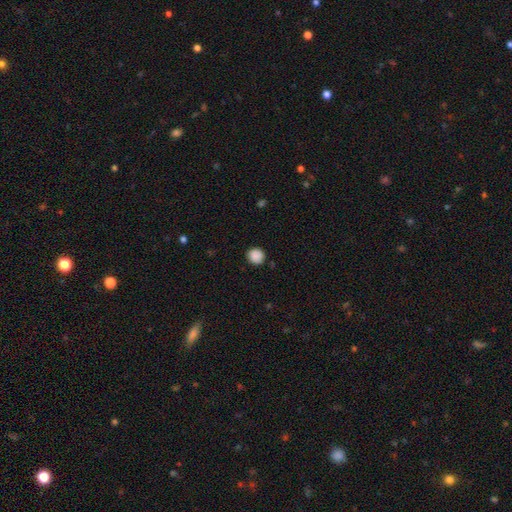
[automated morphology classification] Q: Smooth or featured?
A: smooth (88%); runner-up: star or artifact (9%)
Q: How rounded?
A: round (90%); runner-up: in between (9%)
Q: Merging?
A: none (89%); runner-up: minor disturbance (8%)